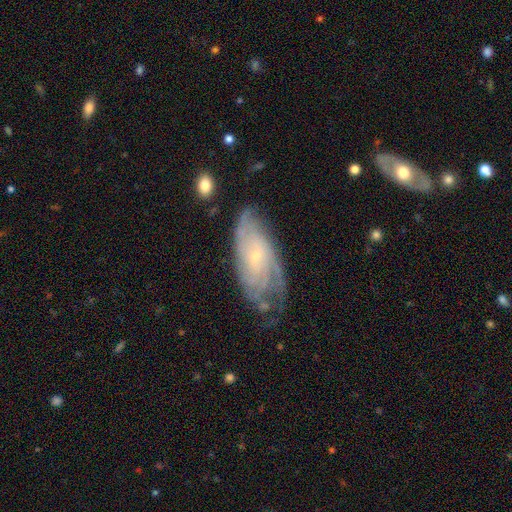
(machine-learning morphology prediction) type=featured or disk (78%); edge-on=no (92%); bar=no (72%); spiral arms=yes (92%); winding=tight (64%); arm count=can't tell (47%); bulge=small (81%); merging=none (59%).